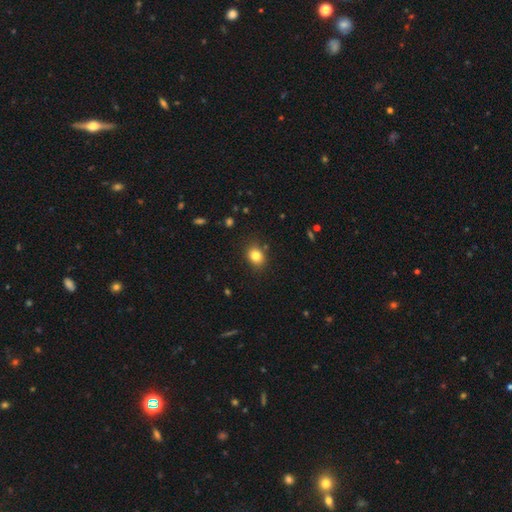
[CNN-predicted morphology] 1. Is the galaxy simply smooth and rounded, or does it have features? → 82% smooth, 11% star or artifact, 7% featured or disk.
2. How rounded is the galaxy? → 53% round, 46% in between, 1% cigar-shaped.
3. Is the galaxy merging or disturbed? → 84% none, 11% minor disturbance, 3% major disturbance, 2% merger.